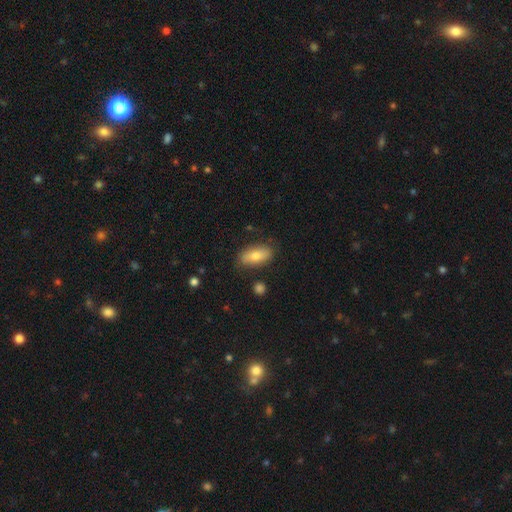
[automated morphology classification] The model was most divided on "smooth or featured": smooth: 74%, featured or disk: 19%, star or artifact: 7%. More confident: how rounded — in between (86%); merging — none (79%).